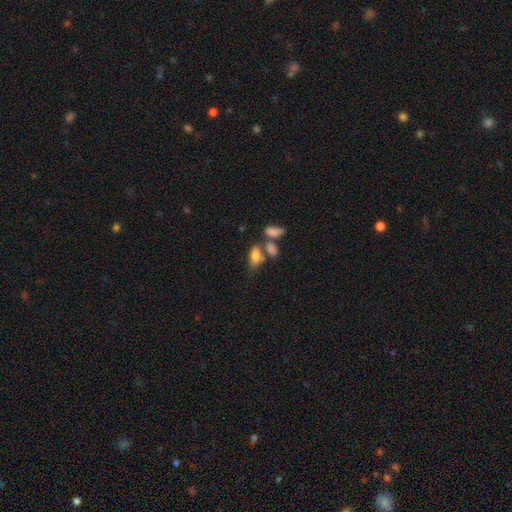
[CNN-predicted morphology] This appears to be a smooth galaxy with no disk features (78%) that is in between round and cigar-shaped (86%). Merging: none (42%).